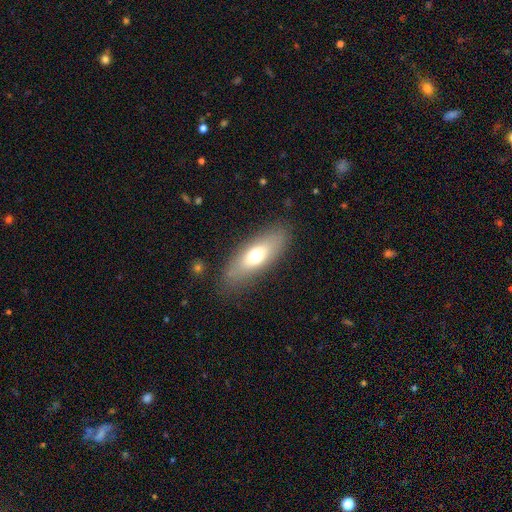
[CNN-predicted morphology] This appears to be a smooth galaxy with no disk features (63%) that is in between round and cigar-shaped (63%). Merging: none (83%).